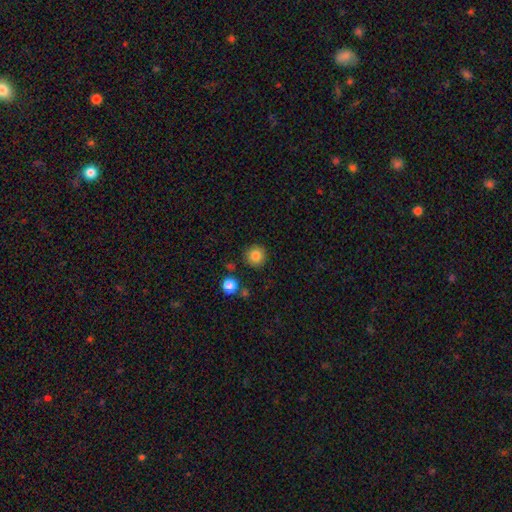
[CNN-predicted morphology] The model was most divided on "smooth or featured": smooth: 84%, star or artifact: 10%, featured or disk: 6%. More confident: how rounded — round (95%); merging — none (89%).